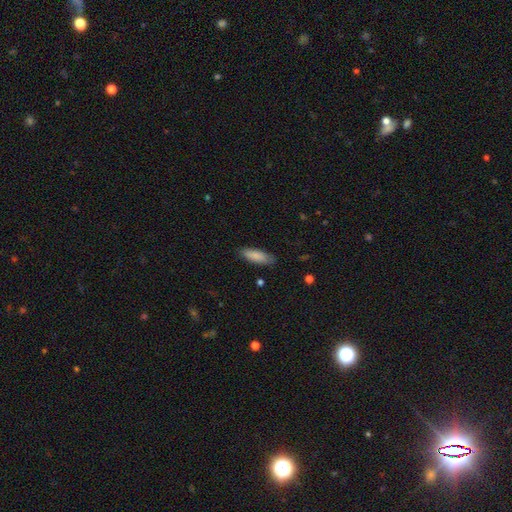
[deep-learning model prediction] Overall: smooth (87%). How rounded: in between (55%; cigar-shaped 44%). Merging: none (83%).